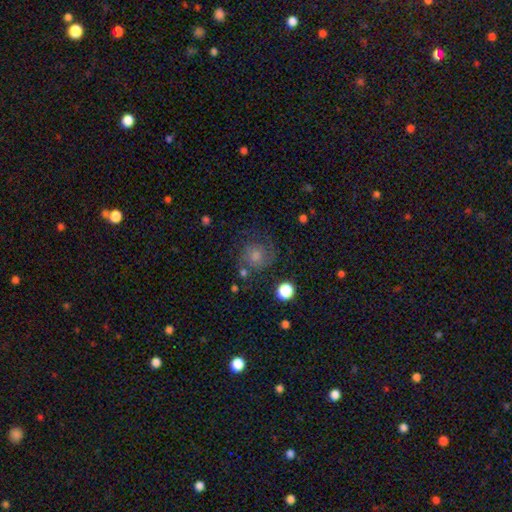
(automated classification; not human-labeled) Overall: featured or disk (48%; smooth 33%). Merging: none (72%).